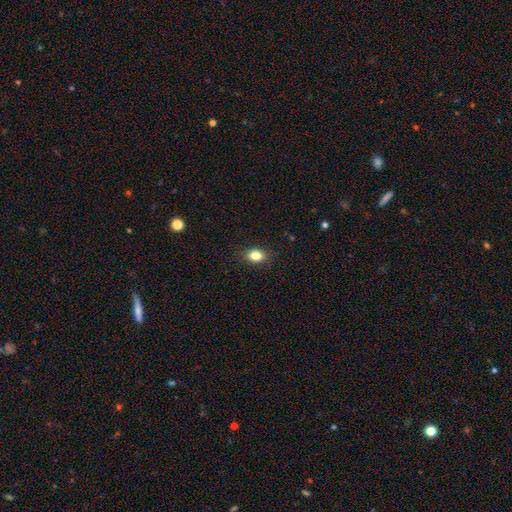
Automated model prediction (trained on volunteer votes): The model was most divided on "how rounded": in between: 74%, round: 24%, cigar-shaped: 2%. More confident: merging — none (88%); smooth or featured — smooth (83%).